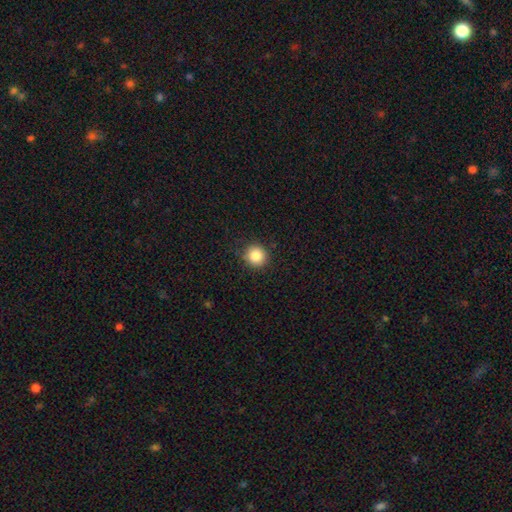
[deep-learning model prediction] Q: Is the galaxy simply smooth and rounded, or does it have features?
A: smooth — 85%.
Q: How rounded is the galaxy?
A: round — 92%.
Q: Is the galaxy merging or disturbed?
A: none — 90%.